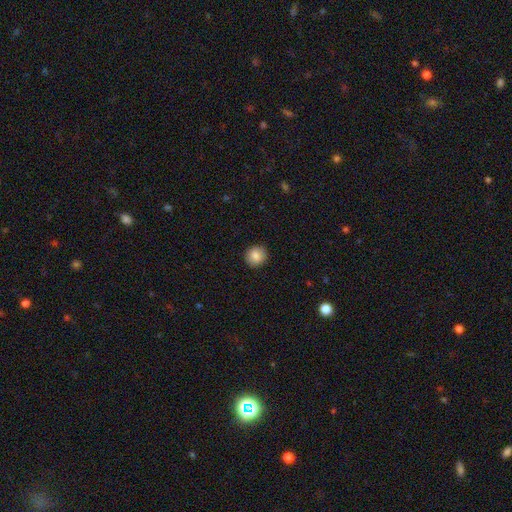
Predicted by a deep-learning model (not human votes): Smooth or featured: smooth — 85% (star or artifact — 8%)
How rounded: round — 89% (in between — 10%)
Merging: none — 91% (minor disturbance — 6%)